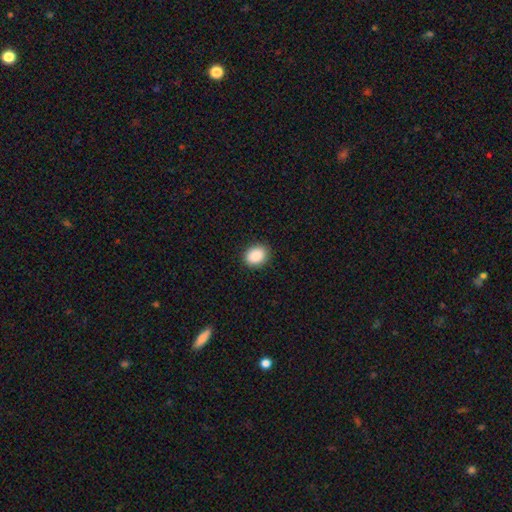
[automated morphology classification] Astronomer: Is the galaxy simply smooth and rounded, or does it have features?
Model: smooth — 89%.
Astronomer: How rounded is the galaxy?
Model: in between — 59% (runner-up: round, 40%).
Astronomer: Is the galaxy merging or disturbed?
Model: none — 90%.